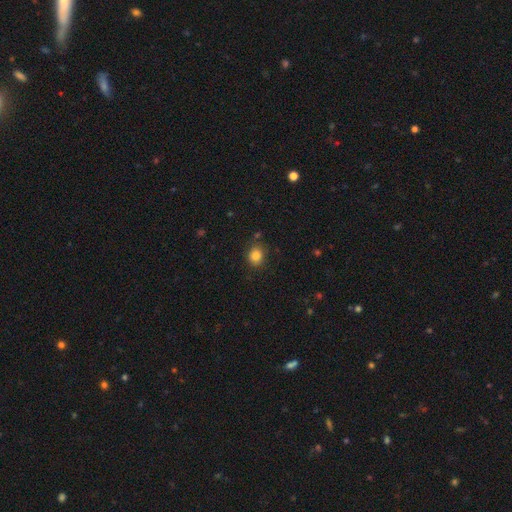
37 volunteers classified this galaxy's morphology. Smooth or featured: smooth — 84% (featured or disk — 14%)
How rounded: round — 77% (in between — 23%)
Merging: none — 75% (major disturbance — 11%)